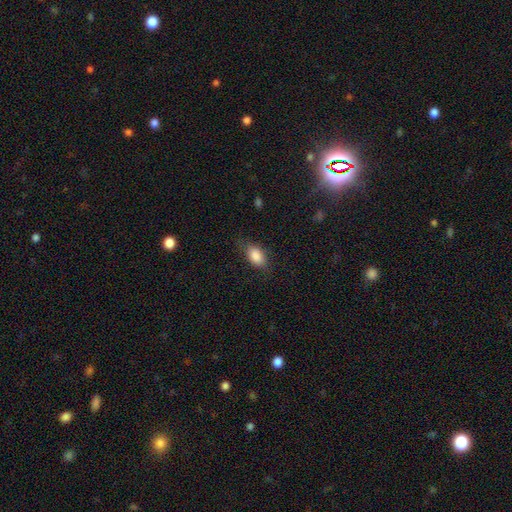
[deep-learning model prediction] Smooth or featured: smooth — 86% (star or artifact — 7%)
How rounded: in between — 89% (round — 7%)
Merging: none — 74% (minor disturbance — 19%)